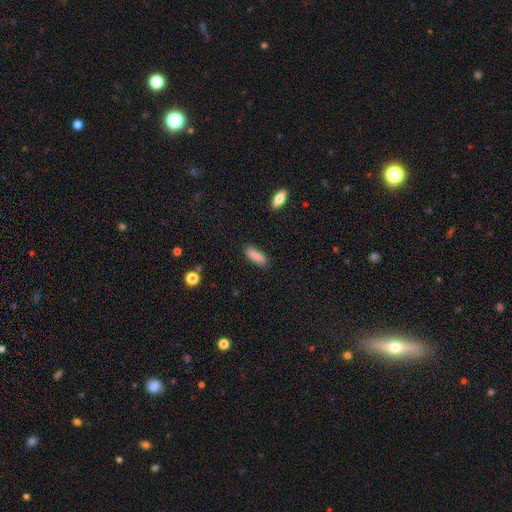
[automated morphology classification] Smooth or featured? Predicted: smooth (p=0.88). How rounded? Predicted: in between (p=0.66). Merging? Predicted: none (p=0.80).